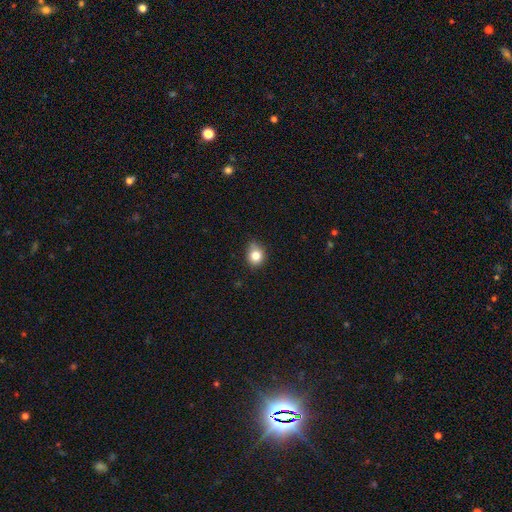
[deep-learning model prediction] Smooth or featured? Predicted: smooth (p=0.81). How rounded? Predicted: round (p=0.67). Merging? Predicted: none (p=0.65).